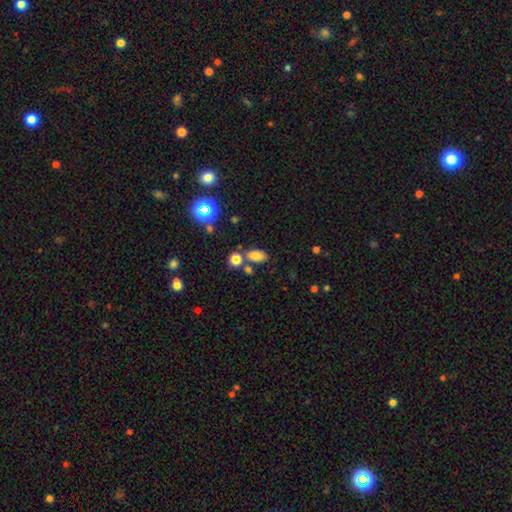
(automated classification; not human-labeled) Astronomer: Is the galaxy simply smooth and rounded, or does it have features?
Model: smooth — 76%.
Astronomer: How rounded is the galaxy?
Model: in between — 87%.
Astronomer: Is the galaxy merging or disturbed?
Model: none — 66%.